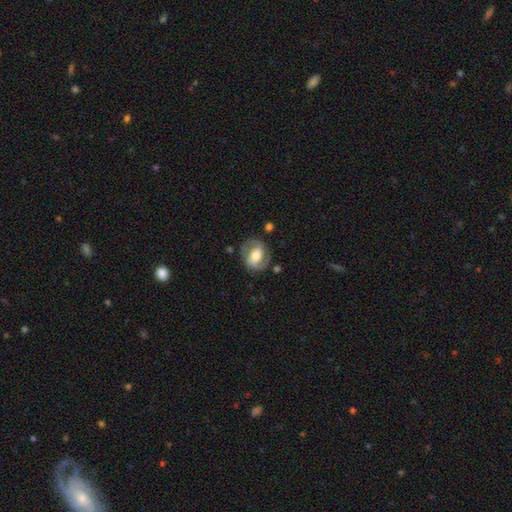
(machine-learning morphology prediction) Smooth or featured: featured or disk — 66% (smooth — 28%)
Edge-on disk: no — 96% (yes — 4%)
Bar: weak — 36% (no — 33%)
Spiral arms: yes — 77% (no — 23%)
Bulge size: moderate — 61% (large — 22%)
Merging: none — 72% (minor disturbance — 17%)